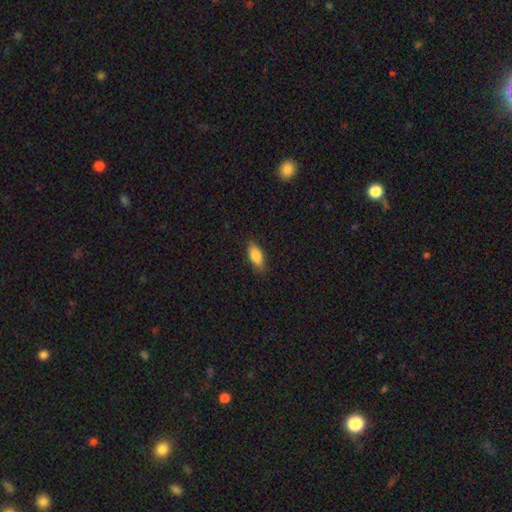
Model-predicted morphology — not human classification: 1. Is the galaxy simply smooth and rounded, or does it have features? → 83% smooth, 10% featured or disk, 7% star or artifact.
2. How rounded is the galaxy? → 80% in between, 17% cigar-shaped, 3% round.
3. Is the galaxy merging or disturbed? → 85% none, 12% minor disturbance, 2% major disturbance, 1% merger.